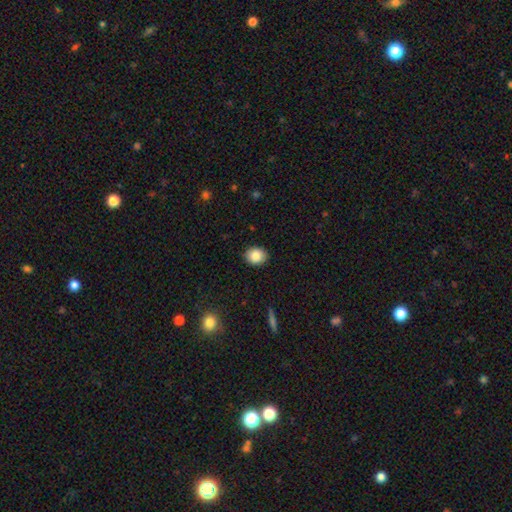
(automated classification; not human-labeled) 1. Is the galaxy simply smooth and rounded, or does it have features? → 86% smooth, 8% star or artifact, 5% featured or disk.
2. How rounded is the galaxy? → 56% round, 43% in between, 1% cigar-shaped.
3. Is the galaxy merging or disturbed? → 89% none, 8% minor disturbance, 2% major disturbance, 1% merger.